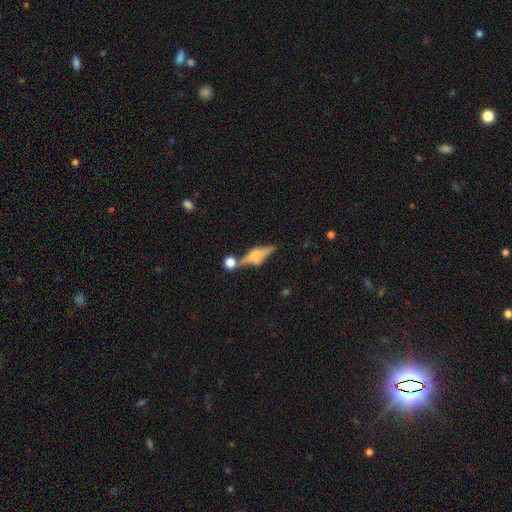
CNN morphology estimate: Smooth or featured?
  - featured or disk: 64% *
  - smooth: 26%
  - star or artifact: 9%
Edge-on disk?
  - yes: 91% *
  - no: 9%
Edge-on bulge?
  - rounded: 80% *
  - boxy: 16%
  - none: 5%
Merging?
  - none: 61% *
  - merger: 19%
  - minor disturbance: 14%
  - major disturbance: 6%